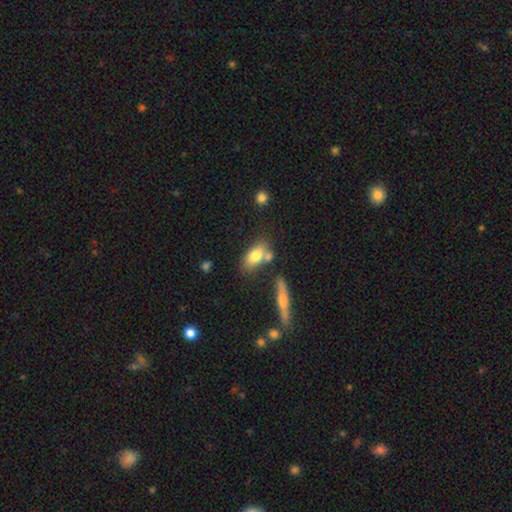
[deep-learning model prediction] Smooth or featured?
  - smooth: 74% *
  - featured or disk: 18%
  - star or artifact: 8%
How rounded?
  - in between: 82% *
  - cigar-shaped: 11%
  - round: 8%
Merging?
  - none: 55% *
  - merger: 24%
  - minor disturbance: 15%
  - major disturbance: 5%